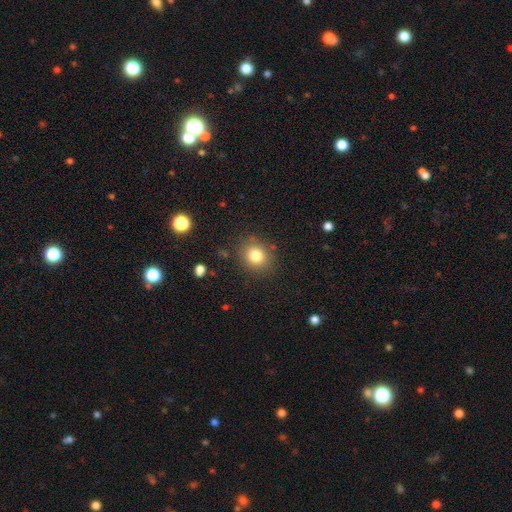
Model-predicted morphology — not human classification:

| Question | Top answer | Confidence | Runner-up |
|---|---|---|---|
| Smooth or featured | smooth | 80% | star or artifact (12%) |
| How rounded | round | 73% | in between (26%) |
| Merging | none | 84% | minor disturbance (10%) |